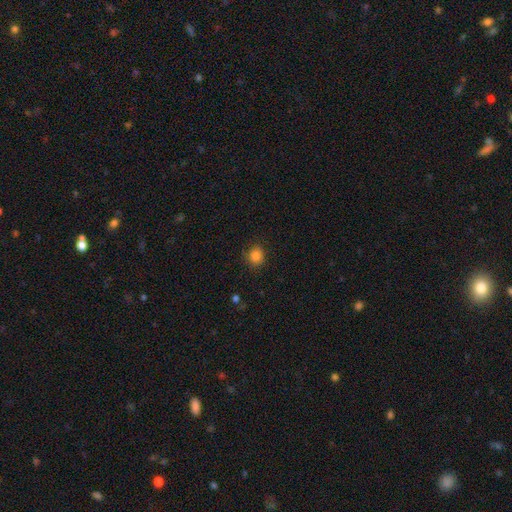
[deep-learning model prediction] The model was most divided on "how rounded": round: 80%, in between: 19%, cigar-shaped: 1%. More confident: smooth or featured — smooth (85%); merging — none (84%).